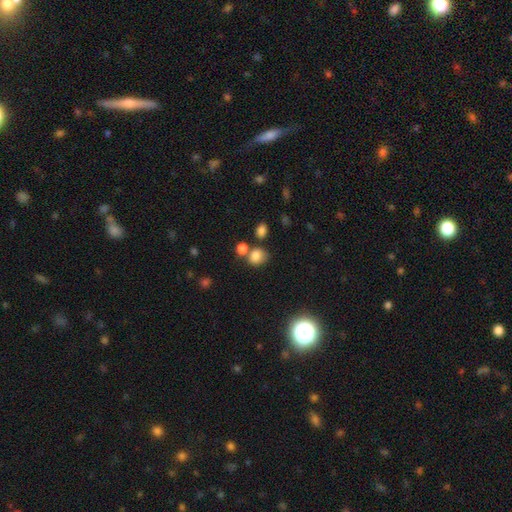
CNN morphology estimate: A smooth galaxy with no disk features (79%) that is round (61%). Merging: none (54%).